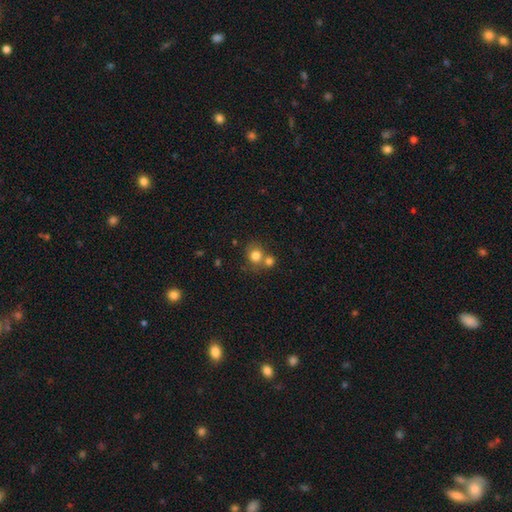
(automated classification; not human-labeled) Smooth or featured? Predicted: smooth (p=0.80). How rounded? Predicted: round (p=0.81). Merging? Predicted: none (p=0.50).